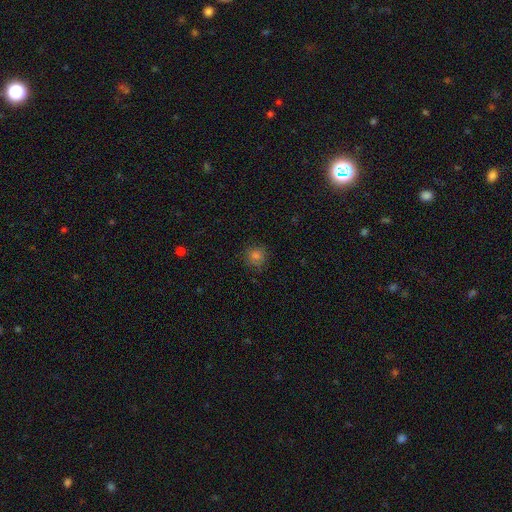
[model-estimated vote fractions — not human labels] A smooth galaxy with no disk features (77%) that is round (89%).

Vote fractions:
- Smooth or featured? smooth: 77% / star or artifact: 17% / featured or disk: 6%
- How rounded? round: 89% / in between: 10% / cigar-shaped: 1%
- Merging? none: 83% / minor disturbance: 13% / major disturbance: 3% / merger: 1%